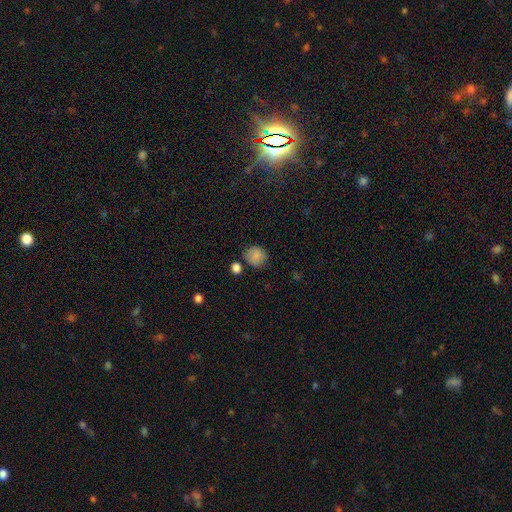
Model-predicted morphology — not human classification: This appears to be a smooth galaxy with no disk features (84%) that is round (80%). Merging: none (74%).